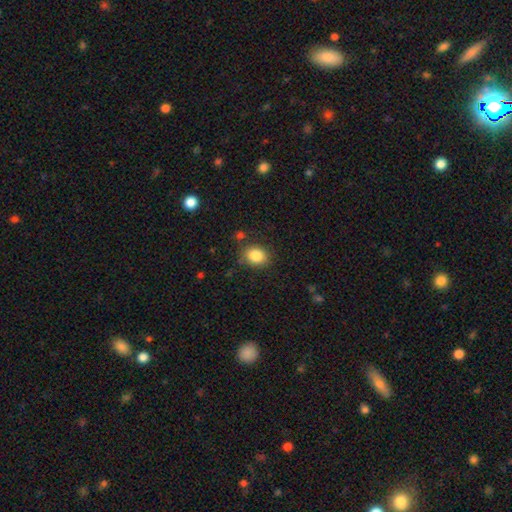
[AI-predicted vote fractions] Morphology: type=smooth (85%); roundness=round (53%); merging=none (79%).